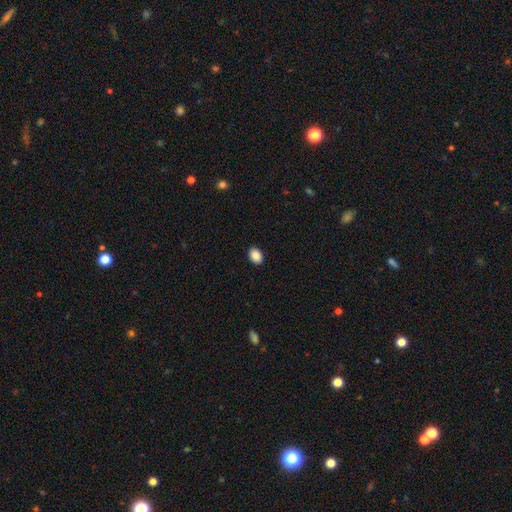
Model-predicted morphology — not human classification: smooth 89%, star or artifact 8%, featured or disk 3%. Down the decision tree: how rounded — in between (77%); merging — none (91%).